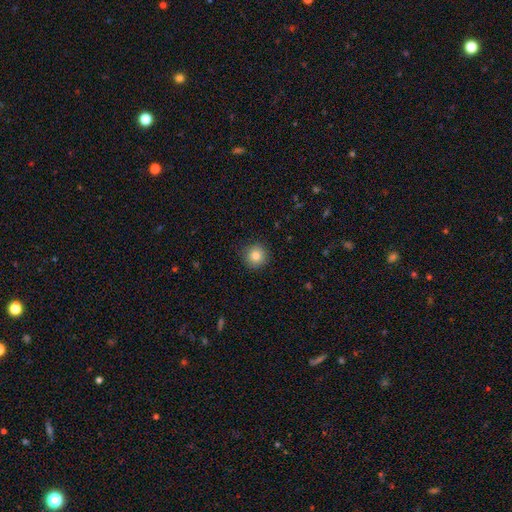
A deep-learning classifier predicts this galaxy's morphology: smooth_or_featured: smooth (p=0.84) [alt: star or artifact p=0.10]
how_rounded: round (p=0.94) [alt: in between p=0.05]
merging: none (p=0.90) [alt: minor disturbance p=0.07]